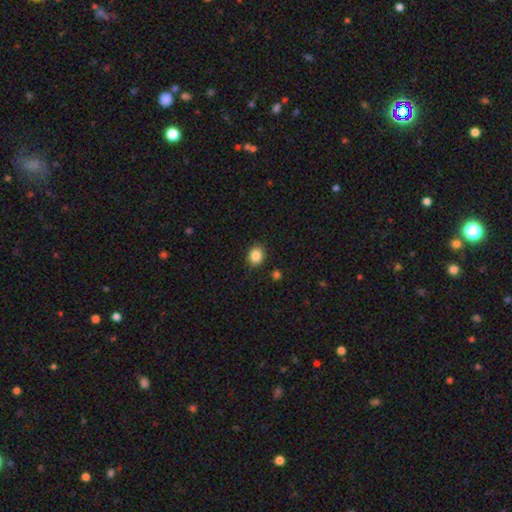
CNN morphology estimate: Smooth or featured?
  - smooth: 86% *
  - star or artifact: 10%
  - featured or disk: 5%
How rounded?
  - round: 52% *
  - in between: 47%
  - cigar-shaped: 1%
Merging?
  - none: 88% *
  - minor disturbance: 8%
  - major disturbance: 2%
  - merger: 2%